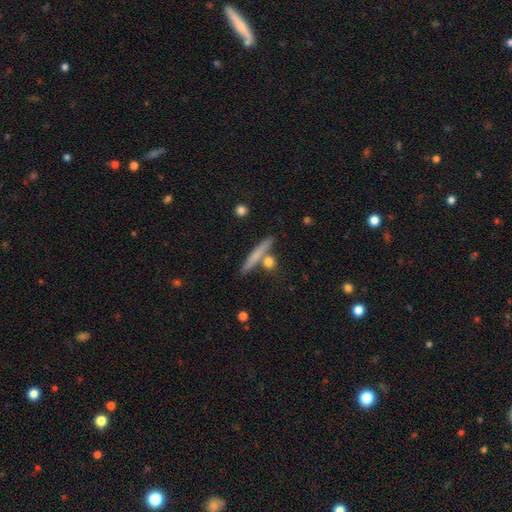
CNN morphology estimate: This appears to be a smooth galaxy with no disk features (63%) that is cigar-shaped (91%). Merging: none (77%).